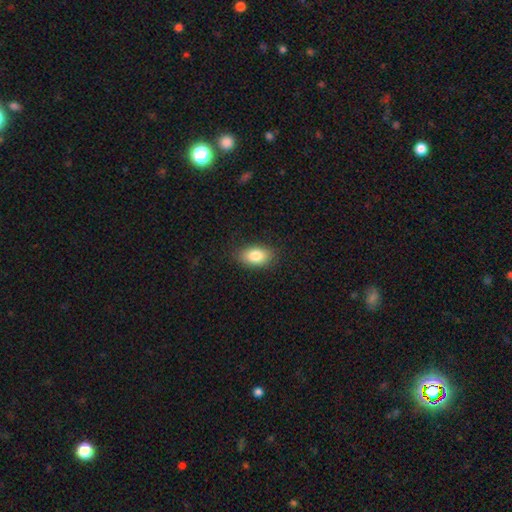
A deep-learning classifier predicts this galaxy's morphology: smooth_or_featured: smooth (p=0.83) [alt: featured or disk p=0.09]
how_rounded: in between (p=0.89) [alt: round p=0.09]
merging: none (p=0.86) [alt: minor disturbance p=0.10]